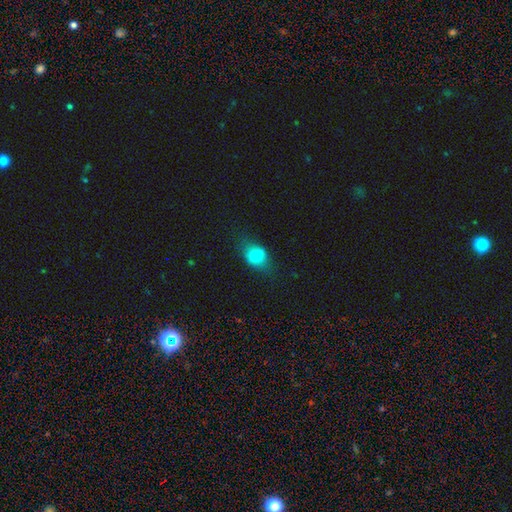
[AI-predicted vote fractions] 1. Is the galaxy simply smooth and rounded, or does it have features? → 76% smooth, 14% featured or disk, 10% star or artifact.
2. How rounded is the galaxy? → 64% in between, 34% round, 3% cigar-shaped.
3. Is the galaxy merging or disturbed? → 58% none, 28% minor disturbance, 11% major disturbance, 3% merger.